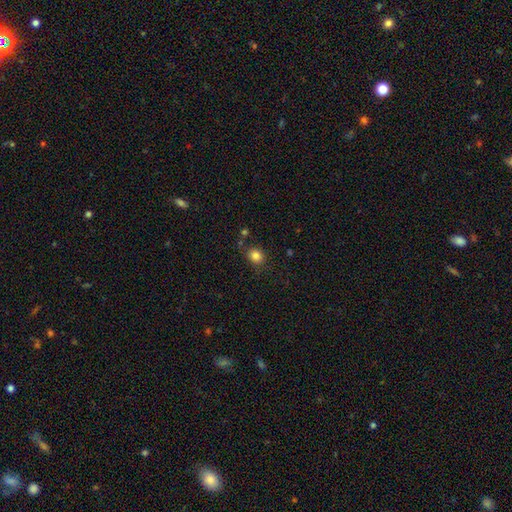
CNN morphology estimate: Smooth or featured: smooth — 84% (star or artifact — 12%)
How rounded: round — 74% (in between — 25%)
Merging: none — 79% (minor disturbance — 13%)